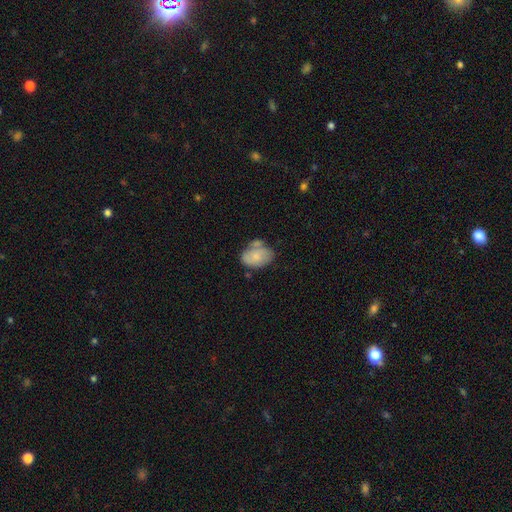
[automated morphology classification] Smooth or featured?
  - smooth: 71% *
  - featured or disk: 22%
  - star or artifact: 7%
How rounded?
  - in between: 82% *
  - round: 17%
  - cigar-shaped: 1%
Merging?
  - none: 46% *
  - minor disturbance: 25%
  - merger: 21%
  - major disturbance: 8%